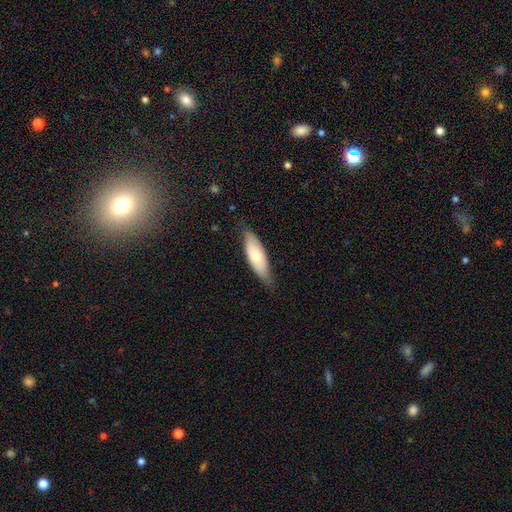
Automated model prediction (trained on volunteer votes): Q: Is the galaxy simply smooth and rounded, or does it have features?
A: smooth — 64%.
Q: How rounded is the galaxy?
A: in between — 63%.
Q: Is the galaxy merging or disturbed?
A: none — 73%.